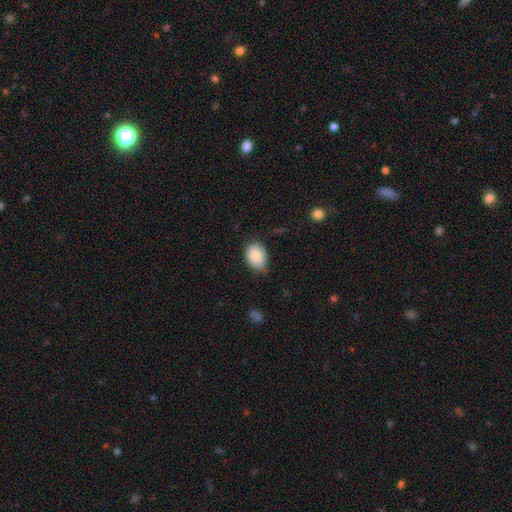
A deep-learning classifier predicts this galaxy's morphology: Overall: smooth (85%). How rounded: in between (72%). Merging: none (65%; minor disturbance 29%).